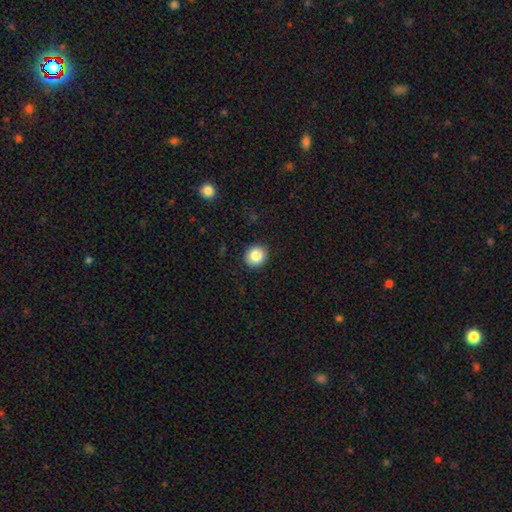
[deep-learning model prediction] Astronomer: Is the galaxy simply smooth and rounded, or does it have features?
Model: smooth — 85%.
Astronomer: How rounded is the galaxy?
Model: round — 87%.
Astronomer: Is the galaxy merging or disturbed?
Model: none — 91%.